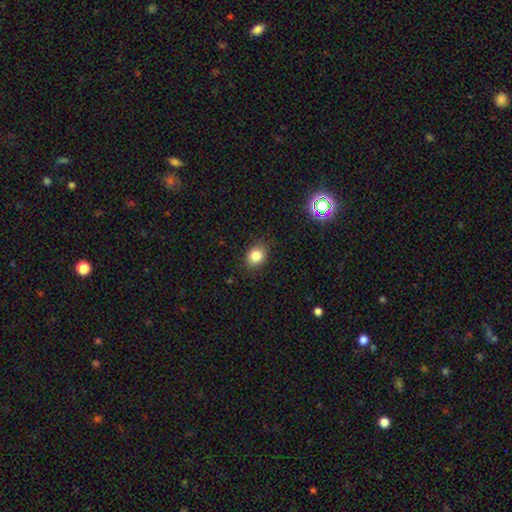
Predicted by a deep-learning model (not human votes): A smooth galaxy with no disk features (83%) that is round (51%).

Vote fractions:
- Smooth or featured? smooth: 83% / star or artifact: 11% / featured or disk: 6%
- How rounded? round: 51% / in between: 48% / cigar-shaped: 1%
- Merging? none: 86% / minor disturbance: 11% / major disturbance: 3% / merger: 1%